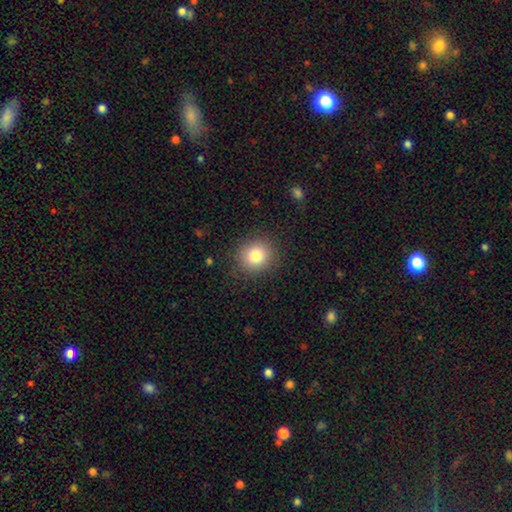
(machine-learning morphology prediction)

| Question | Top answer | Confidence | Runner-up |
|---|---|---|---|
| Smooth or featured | smooth | 82% | star or artifact (11%) |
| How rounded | round | 85% | in between (15%) |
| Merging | none | 87% | minor disturbance (9%) |